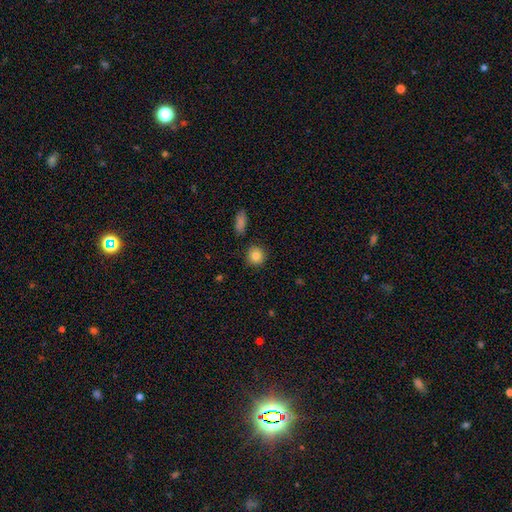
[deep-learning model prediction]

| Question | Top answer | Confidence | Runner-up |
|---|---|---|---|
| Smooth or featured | smooth | 85% | star or artifact (9%) |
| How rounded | round | 89% | in between (10%) |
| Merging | none | 87% | minor disturbance (8%) |